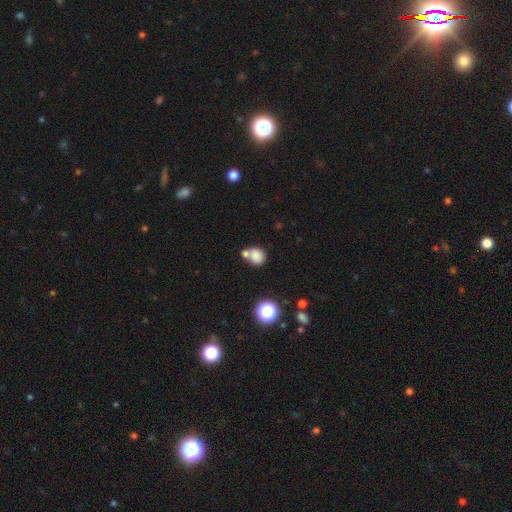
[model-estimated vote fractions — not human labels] The model was most divided on "merging": none: 44%, merger: 40%, minor disturbance: 11%, major disturbance: 5%. More confident: smooth or featured — smooth (80%); how rounded — round (77%).